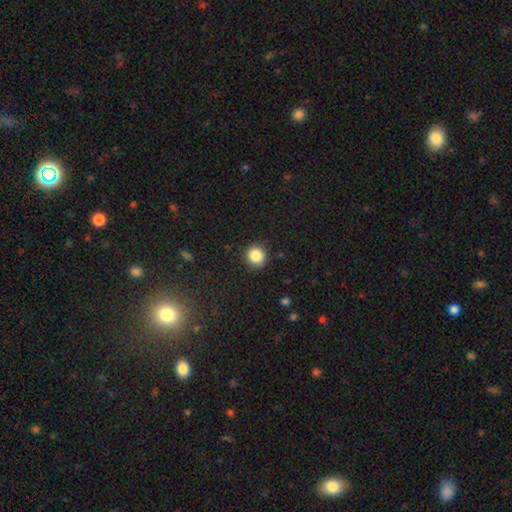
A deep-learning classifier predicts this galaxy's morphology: Smooth or featured: smooth — 85% (star or artifact — 10%)
How rounded: round — 92% (in between — 7%)
Merging: none — 91% (minor disturbance — 6%)